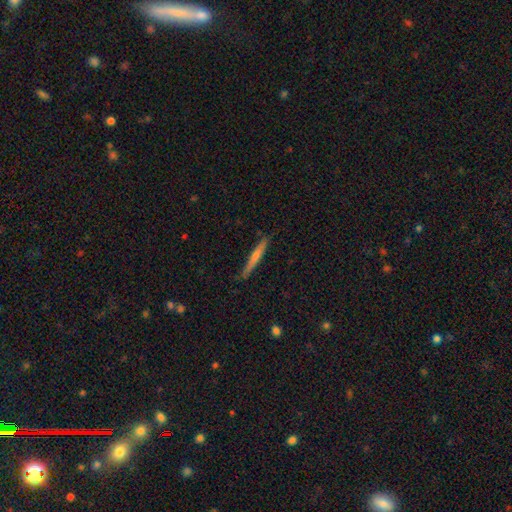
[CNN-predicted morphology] featured or disk 59%, smooth 31%, star or artifact 10%. Down the decision tree: edge-on disk — yes (96%); edge-on bulge — rounded (67%); merging — none (87%).